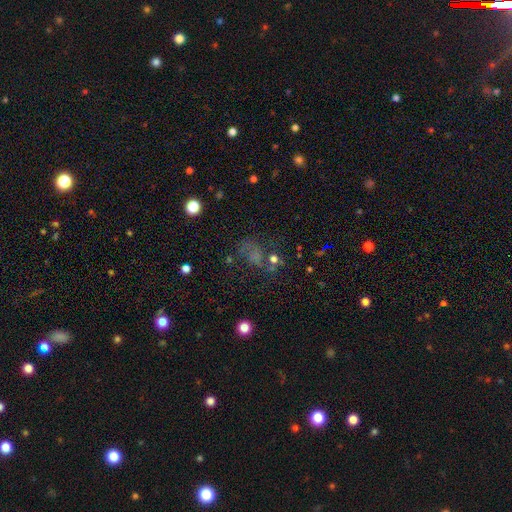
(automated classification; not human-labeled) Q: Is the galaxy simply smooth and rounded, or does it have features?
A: star or artifact — 40%.